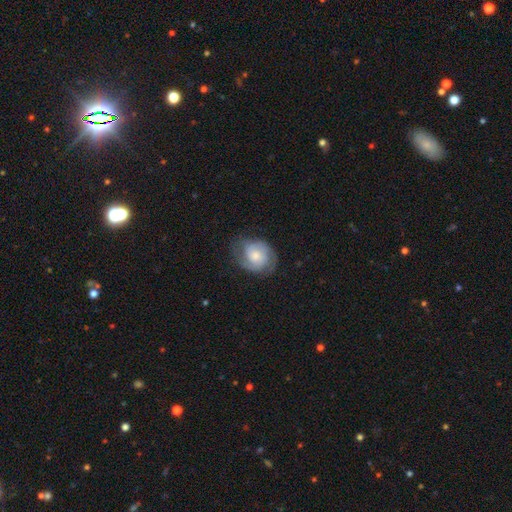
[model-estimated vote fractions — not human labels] Smooth or featured? featured or disk (56%)
Edge-on disk? no (97%)
Bar? no (74%)
Spiral arms? yes (86%)
Bulge size? moderate (45%)
Merging? none (63%)